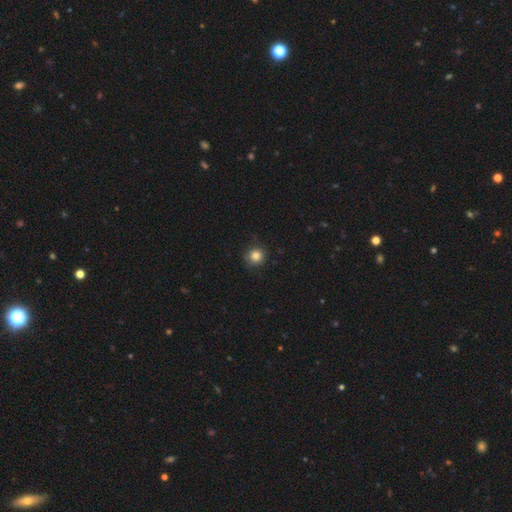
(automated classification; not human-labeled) smooth 83%, star or artifact 11%, featured or disk 6%. Down the decision tree: how rounded — round (93%); merging — none (84%).